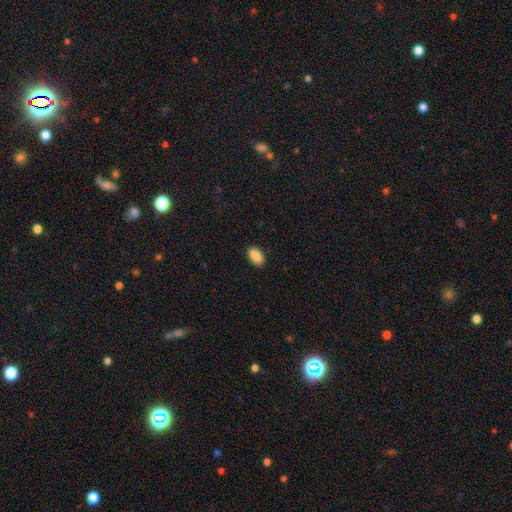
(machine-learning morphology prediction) A smooth galaxy with no disk features (90%) that is in between round and cigar-shaped (93%). Merging: none (89%).